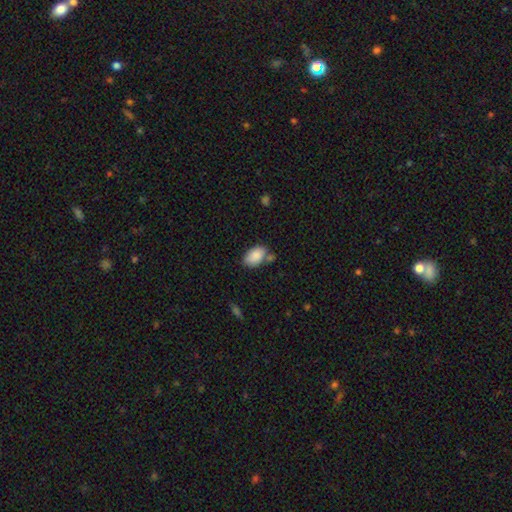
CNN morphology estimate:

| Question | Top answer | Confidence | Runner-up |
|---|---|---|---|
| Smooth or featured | smooth | 88% | star or artifact (7%) |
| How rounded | in between | 92% | round (7%) |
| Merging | none | 62% | minor disturbance (19%) |